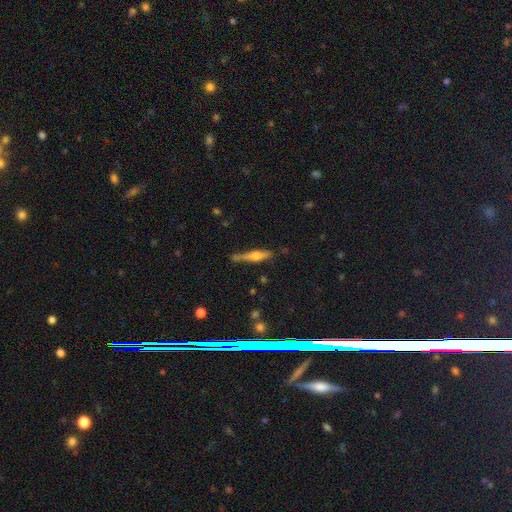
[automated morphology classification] Q: Smooth or featured?
A: featured or disk (51%); runner-up: smooth (42%)
Q: Edge-on disk?
A: yes (91%); runner-up: no (9%)
Q: Merging?
A: none (65%); runner-up: minor disturbance (22%)